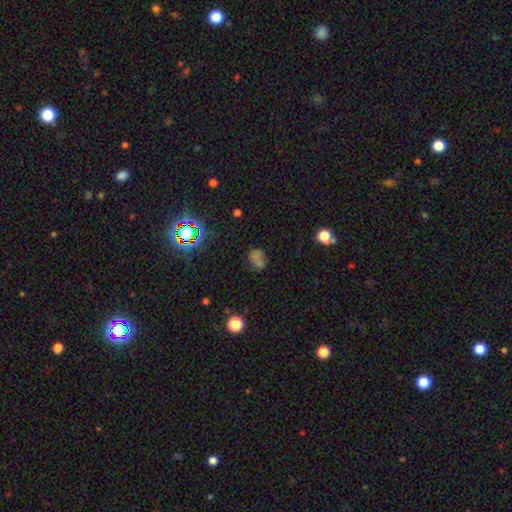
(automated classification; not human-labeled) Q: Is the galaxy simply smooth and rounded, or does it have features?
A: smooth — 51%.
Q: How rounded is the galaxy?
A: round — 50%.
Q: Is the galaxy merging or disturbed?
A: none — 57%.